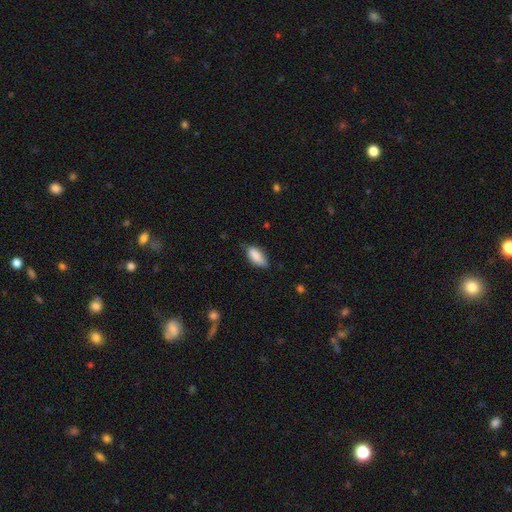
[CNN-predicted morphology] Smooth or featured? Predicted: smooth (p=0.85). How rounded? Predicted: in between (p=0.83). Merging? Predicted: none (p=0.68).